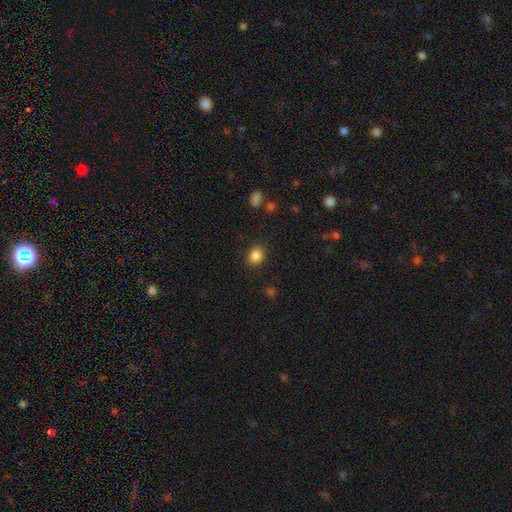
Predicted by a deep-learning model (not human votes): smooth_or_featured: smooth (p=0.85) [alt: star or artifact p=0.11]
how_rounded: round (p=0.70) [alt: in between p=0.29]
merging: none (p=0.88) [alt: minor disturbance p=0.08]